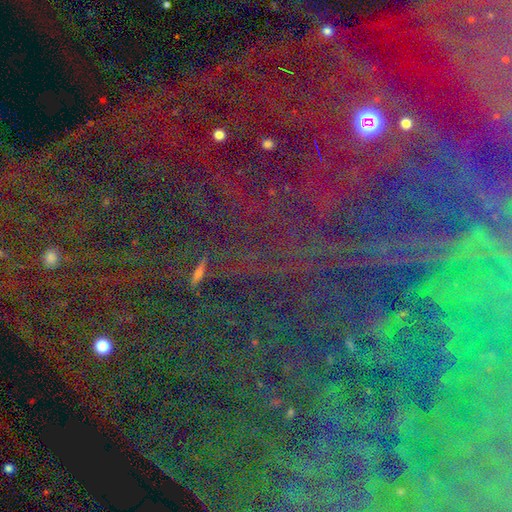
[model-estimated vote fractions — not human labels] A star or artifact, not a galaxy (80%).